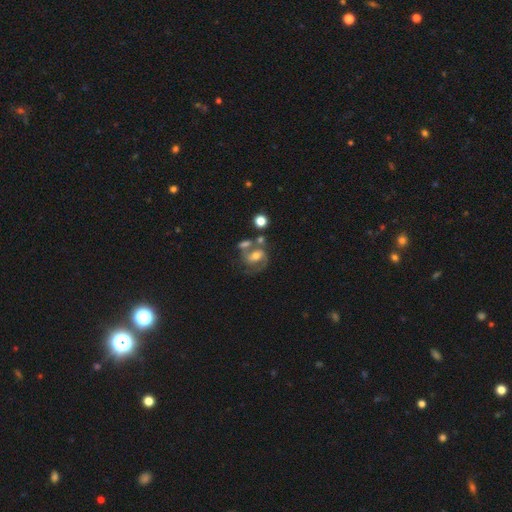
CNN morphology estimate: The model was most divided on "bar": weak: 38%, no: 33%, strong: 29%. Remaining: edge-on disk — no (96%); spiral arms — yes (83%); spiral arm count — 2 (71%); smooth or featured — featured or disk (69%); bulge size — moderate (62%); spiral winding — medium (50%); merging — none (41%).